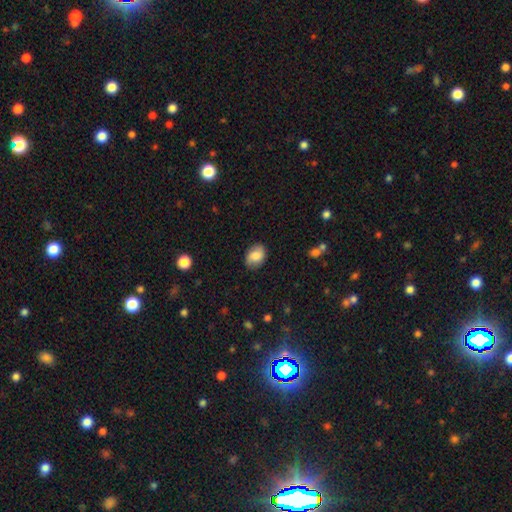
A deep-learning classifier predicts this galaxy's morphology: smooth-or-featured: smooth: 80% | featured or disk: 12% | star or artifact: 8%
  how-rounded: in between: 74% | round: 25% | cigar-shaped: 1%
  merging: none: 81% | minor disturbance: 14% | major disturbance: 3% | merger: 1%